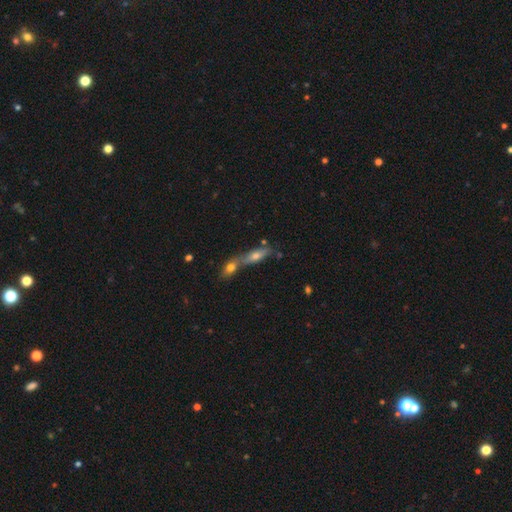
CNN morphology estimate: Smooth or featured? smooth (61%)
How rounded? in between (50%)
Merging? merger (61%)